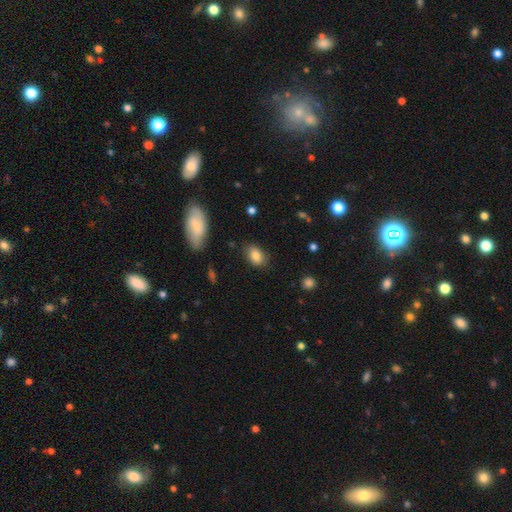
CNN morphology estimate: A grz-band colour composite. It shows a smooth galaxy with no disk features (83%) that is in between round and cigar-shaped (82%). Merging: none (81%).